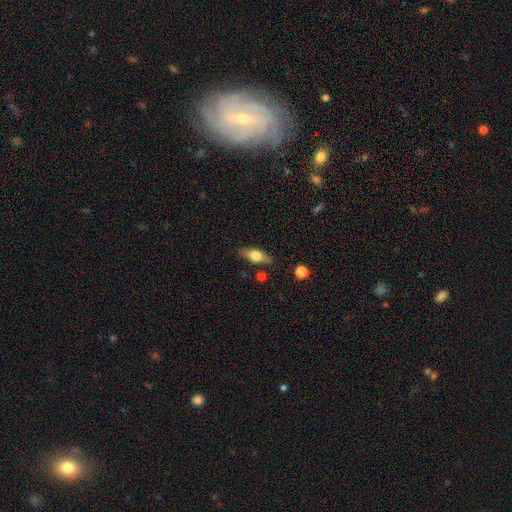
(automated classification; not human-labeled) smooth_or_featured: smooth (p=0.68) [alt: featured or disk p=0.25]
how_rounded: in between (p=0.74) [alt: cigar-shaped p=0.22]
merging: none (p=0.81) [alt: minor disturbance p=0.13]